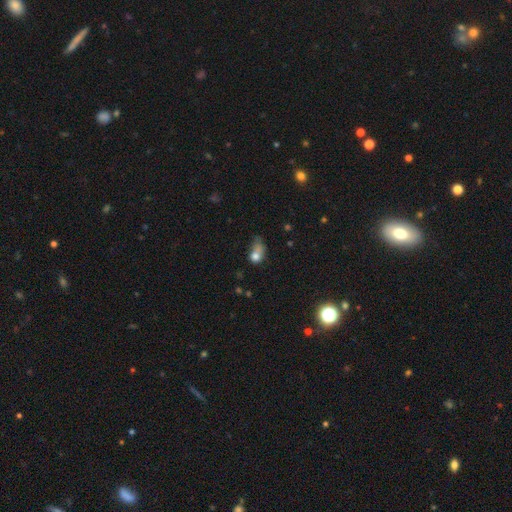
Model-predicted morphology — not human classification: smooth-or-featured: smooth: 71% | featured or disk: 16% | star or artifact: 13%
  how-rounded: in between: 61% | round: 35% | cigar-shaped: 3%
  merging: major disturbance: 39% | minor disturbance: 25% | none: 21% | merger: 15%